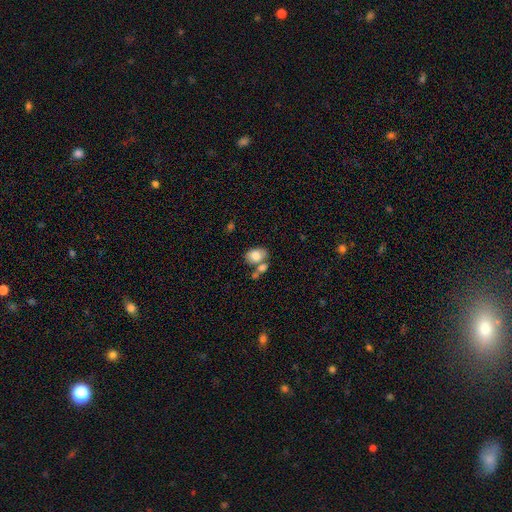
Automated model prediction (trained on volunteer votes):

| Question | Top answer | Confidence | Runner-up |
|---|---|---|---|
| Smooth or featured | smooth | 77% | featured or disk (15%) |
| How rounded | in between | 80% | round (19%) |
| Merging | none | 40% | merger (38%) |